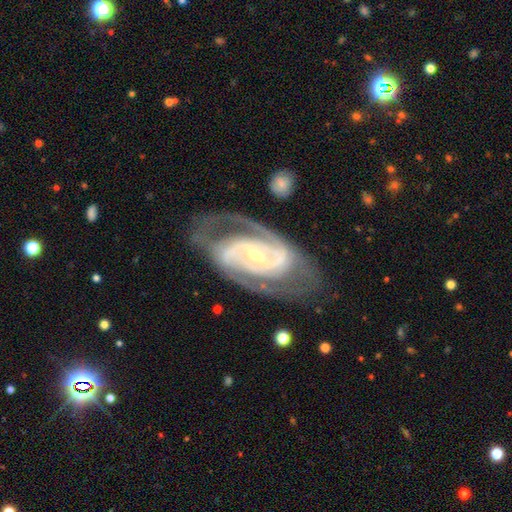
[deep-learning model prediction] Q: Smooth or featured?
A: featured or disk (91%); runner-up: star or artifact (5%)
Q: Edge-on disk?
A: no (96%); runner-up: yes (4%)
Q: Bar?
A: strong (42%); runner-up: weak (36%)
Q: Spiral arms?
A: yes (97%); runner-up: no (3%)
Q: Spiral winding?
A: tight (50%); runner-up: medium (43%)
Q: Spiral arm count?
A: 2 (73%); runner-up: 3 (11%)
Q: Bulge size?
A: small (63%); runner-up: moderate (34%)
Q: Merging?
A: none (69%); runner-up: minor disturbance (17%)